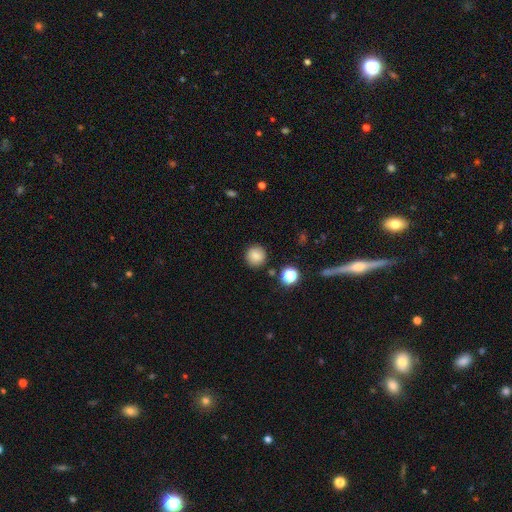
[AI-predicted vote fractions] Smooth or featured?
  - smooth: 84% *
  - star or artifact: 11%
  - featured or disk: 5%
How rounded?
  - round: 93% *
  - in between: 6%
  - cigar-shaped: 1%
Merging?
  - none: 89% *
  - minor disturbance: 7%
  - merger: 2%
  - major disturbance: 2%